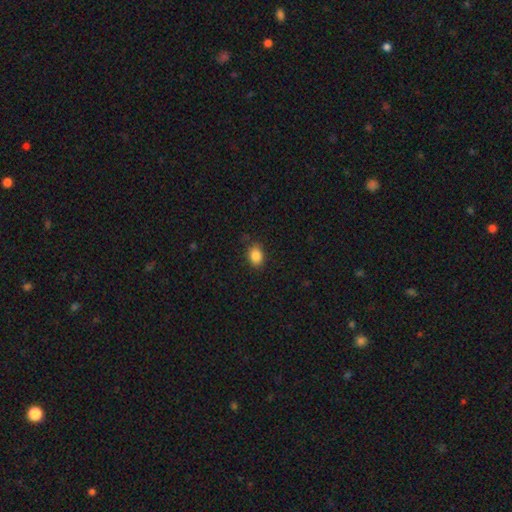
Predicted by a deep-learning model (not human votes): Q: Smooth or featured?
A: smooth (86%); runner-up: star or artifact (9%)
Q: How rounded?
A: in between (69%); runner-up: round (30%)
Q: Merging?
A: none (83%); runner-up: minor disturbance (13%)